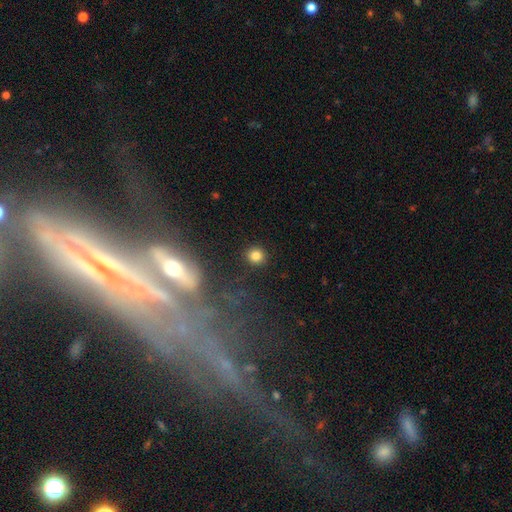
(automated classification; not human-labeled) Morphology: type=smooth (81%); roundness=round (89%); merging=none (89%).